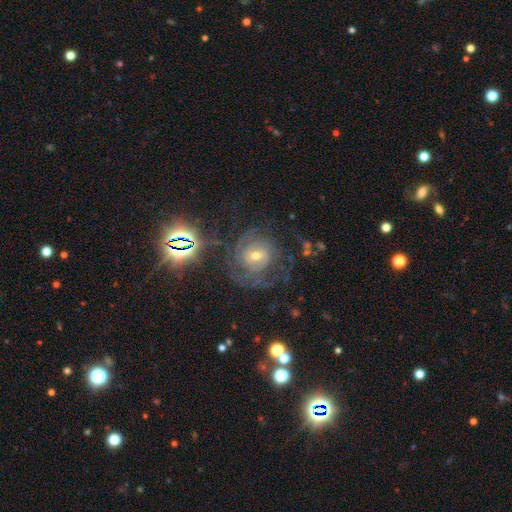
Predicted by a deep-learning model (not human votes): This is likely a featured or disk galaxy (74%). It is clearly not viewed edge-on (97%). Bar: marginally weak (43%, tied with no). Spiral arm pattern: clearly yes (91%). Spiral arm count: marginally can't tell (40%). Spiral winding: likely tight (61%). Central bulge: possibly moderate (51%). Merging: likely none (63%).